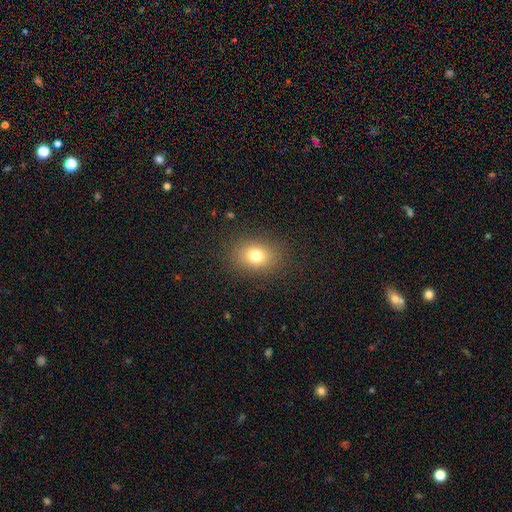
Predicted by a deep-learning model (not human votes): A smooth galaxy with no disk features (76%) that is in between round and cigar-shaped (55%).

Vote fractions:
- Smooth or featured? smooth: 76% / star or artifact: 14% / featured or disk: 10%
- How rounded? in between: 55% / round: 44% / cigar-shaped: 1%
- Merging? none: 86% / minor disturbance: 9% / major disturbance: 4% / merger: 1%